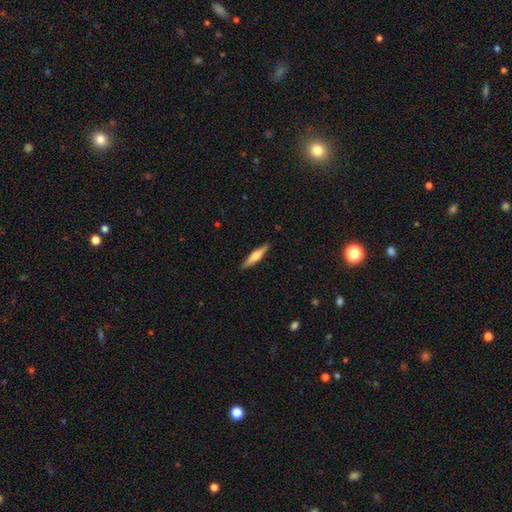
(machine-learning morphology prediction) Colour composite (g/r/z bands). It shows a featured or disk galaxy (54%) viewed edge-on (96%) with a rounded central bulge (86%). Merging: none (90%).